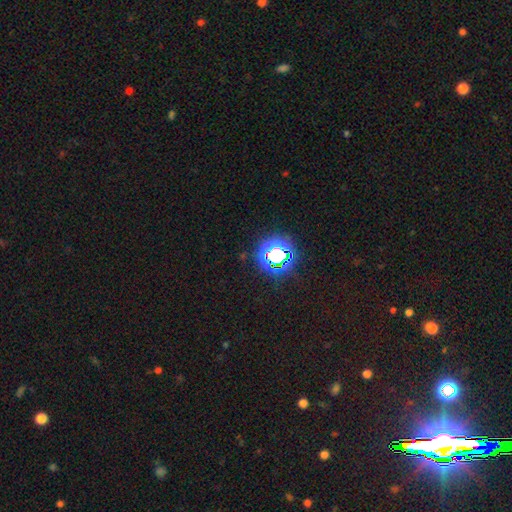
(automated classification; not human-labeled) A star or artifact, not a galaxy (76%).

Vote fractions:
- Smooth or featured? star or artifact: 76% / smooth: 16% / featured or disk: 8%